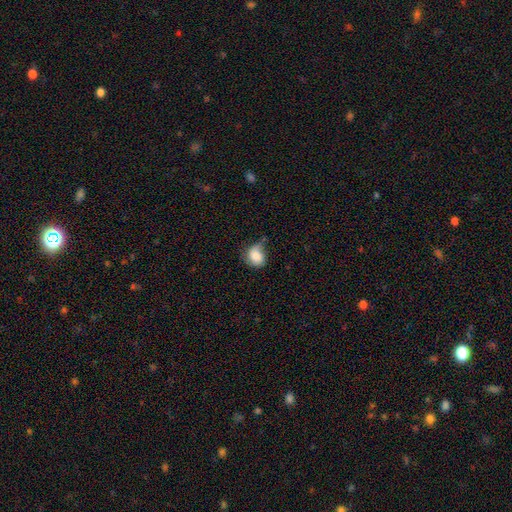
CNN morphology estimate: A smooth galaxy with no disk features (80%) that is round (56%).

Vote fractions:
- Smooth or featured? smooth: 80% / featured or disk: 12% / star or artifact: 8%
- How rounded? round: 56% / in between: 43% / cigar-shaped: 1%
- Merging? minor disturbance: 39% / none: 37% / major disturbance: 19% / merger: 5%